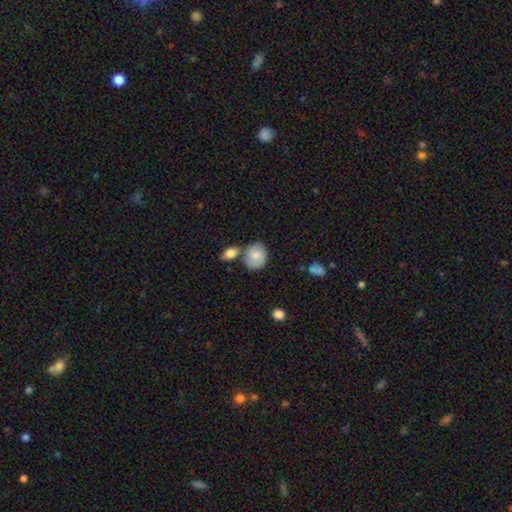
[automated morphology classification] smooth 81%, featured or disk 13%, star or artifact 6%. Down the decision tree: how rounded — in between (56%); merging — none (54%).